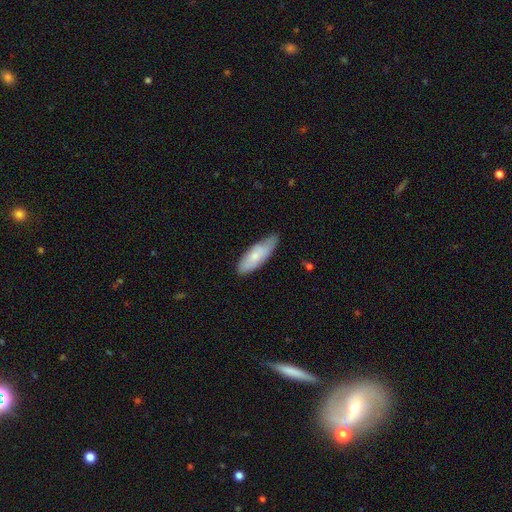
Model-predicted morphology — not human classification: Q: Smooth or featured?
A: smooth (67%); runner-up: featured or disk (27%)
Q: How rounded?
A: in between (65%); runner-up: cigar-shaped (33%)
Q: Merging?
A: none (60%); runner-up: minor disturbance (33%)